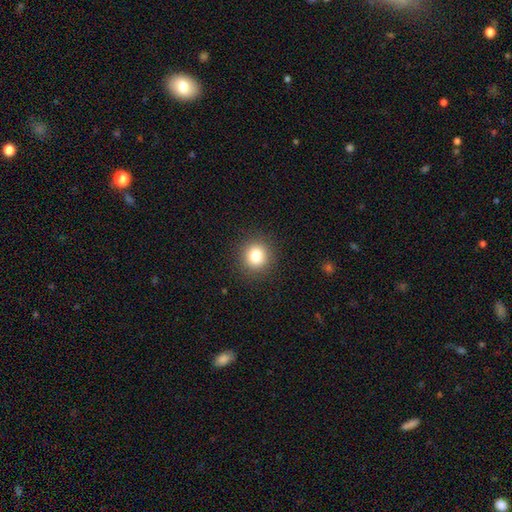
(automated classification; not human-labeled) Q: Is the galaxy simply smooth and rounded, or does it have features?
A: smooth — 81%.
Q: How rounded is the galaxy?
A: round — 90%.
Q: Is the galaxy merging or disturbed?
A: none — 91%.